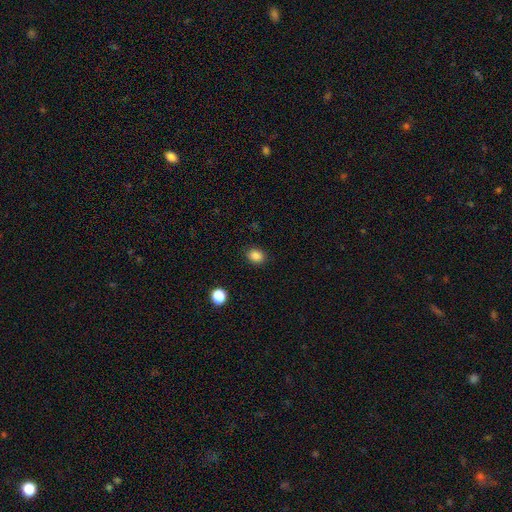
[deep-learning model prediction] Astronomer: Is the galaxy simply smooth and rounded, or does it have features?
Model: smooth — 86%.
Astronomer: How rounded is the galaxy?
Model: round — 51% (runner-up: in between, 49%).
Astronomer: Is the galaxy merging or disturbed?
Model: none — 88%.